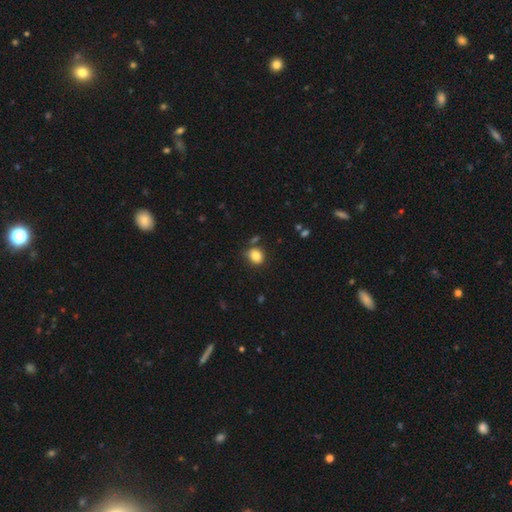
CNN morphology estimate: smooth 83%, star or artifact 11%, featured or disk 6%. Down the decision tree: how rounded — round (67%); merging — none (75%).